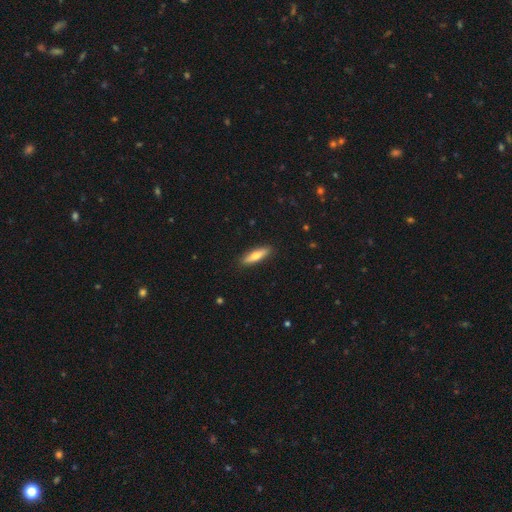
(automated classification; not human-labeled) Overall: smooth (67%; featured or disk 28%). How rounded: cigar-shaped (66%; in between 32%). Merging: none (90%).